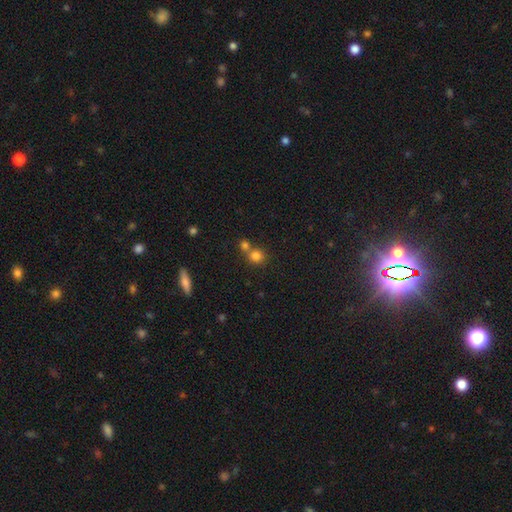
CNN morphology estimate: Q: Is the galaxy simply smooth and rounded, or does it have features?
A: smooth — 80%.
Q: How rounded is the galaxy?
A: round — 88%.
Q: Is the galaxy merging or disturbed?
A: none — 51%.